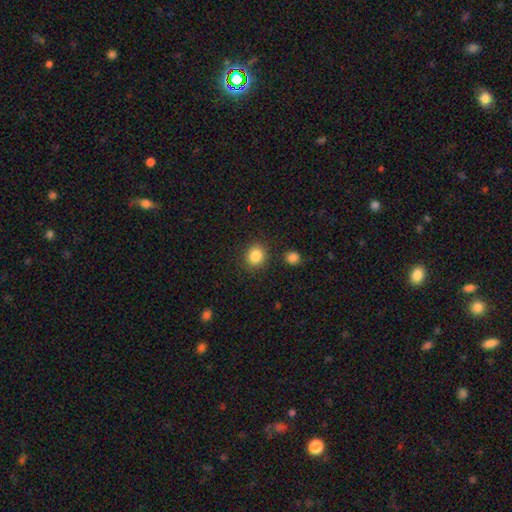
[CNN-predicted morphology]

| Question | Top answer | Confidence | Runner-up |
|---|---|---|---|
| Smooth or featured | smooth | 85% | star or artifact (10%) |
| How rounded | round | 82% | in between (17%) |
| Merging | none | 87% | minor disturbance (7%) |